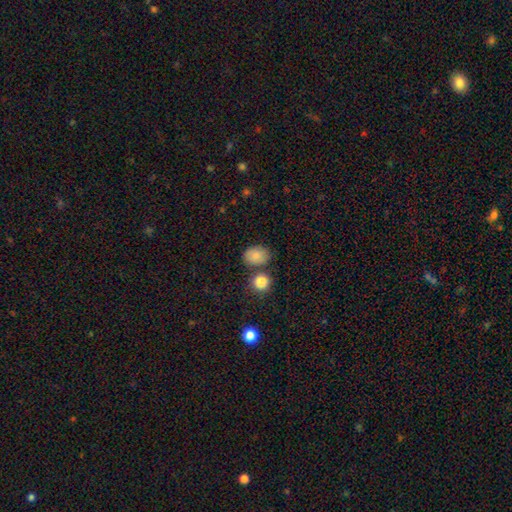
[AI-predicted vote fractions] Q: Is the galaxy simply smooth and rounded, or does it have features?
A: smooth — 82%.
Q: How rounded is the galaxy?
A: in between — 66%.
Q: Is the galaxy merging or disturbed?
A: none — 68%.